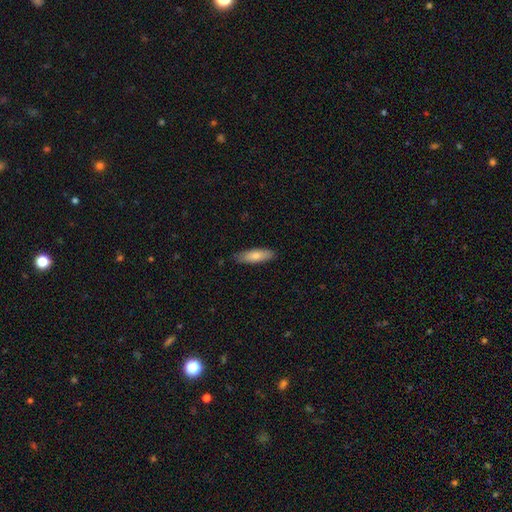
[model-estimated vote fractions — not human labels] The model was most divided on "how rounded": cigar-shaped: 50%, in between: 48%, round: 2%. More confident: merging — none (82%); smooth or featured — smooth (77%).